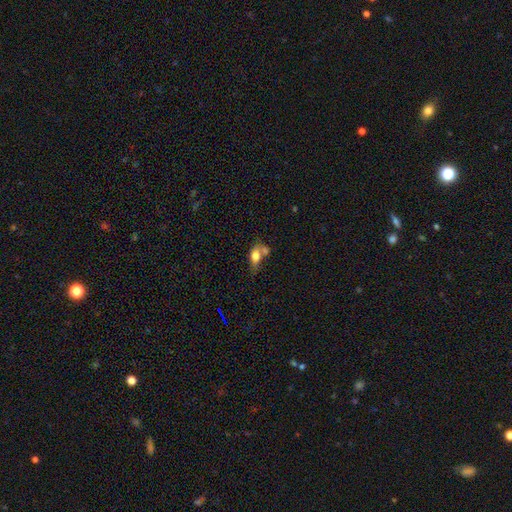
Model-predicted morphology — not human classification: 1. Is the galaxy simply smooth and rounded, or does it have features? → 73% smooth, 18% featured or disk, 10% star or artifact.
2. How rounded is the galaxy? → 79% in between, 15% round, 5% cigar-shaped.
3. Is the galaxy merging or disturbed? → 42% merger, 27% none, 17% minor disturbance, 14% major disturbance.